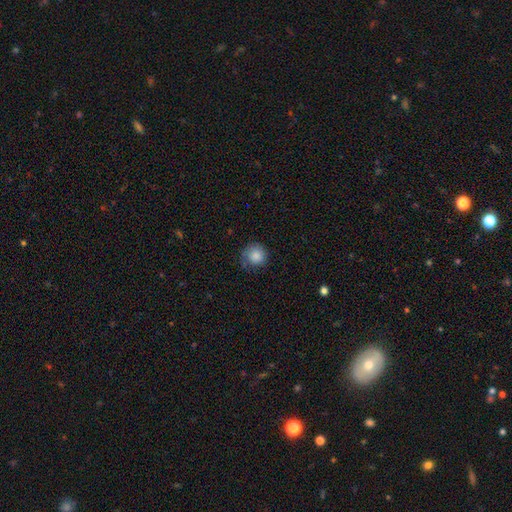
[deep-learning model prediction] A smooth galaxy with no disk features (84%) that is round (91%).

Vote fractions:
- Smooth or featured? smooth: 84% / featured or disk: 8% / star or artifact: 8%
- How rounded? round: 91% / in between: 9% / cigar-shaped: 1%
- Merging? none: 62% / minor disturbance: 26% / major disturbance: 10% / merger: 2%